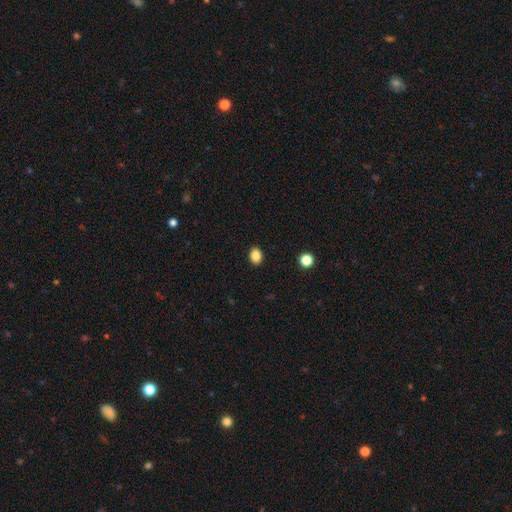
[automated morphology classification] type=smooth (86%); roundness=in between (54%); merging=none (91%).